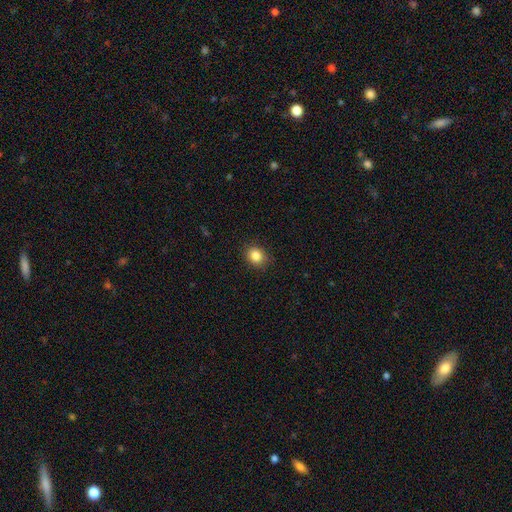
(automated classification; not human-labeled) smooth-or-featured: smooth: 85% | star or artifact: 10% | featured or disk: 5%
  how-rounded: round: 68% | in between: 31% | cigar-shaped: 1%
  merging: none: 88% | minor disturbance: 9% | major disturbance: 2% | merger: 1%